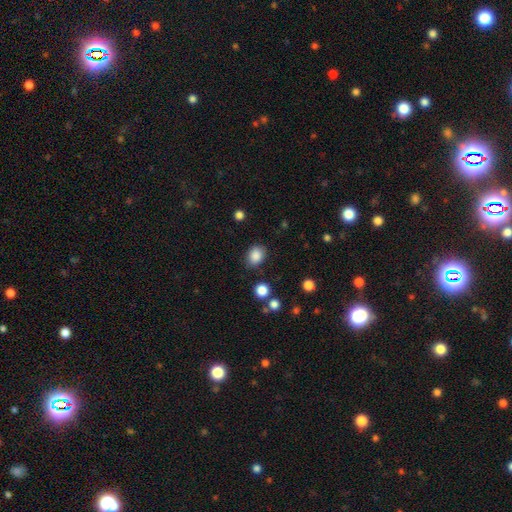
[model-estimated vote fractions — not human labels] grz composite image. It shows a smooth galaxy with no disk features (86%) that is in between round and cigar-shaped (57%). Merging: none (81%).